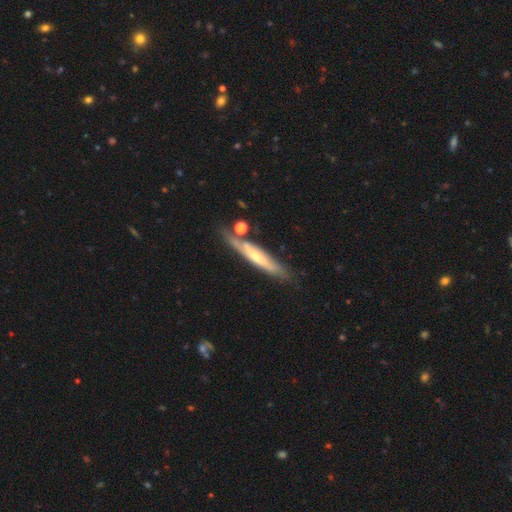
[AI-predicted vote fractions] The model was most divided on "smooth or featured": featured or disk: 62%, smooth: 32%, star or artifact: 6%. More confident: edge-on disk — yes (81%); merging — none (69%).